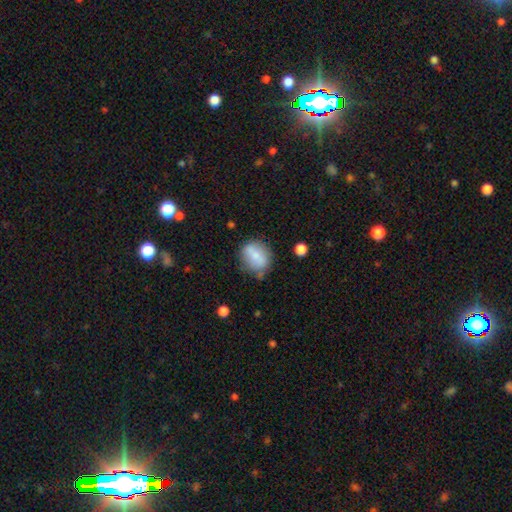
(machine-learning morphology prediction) smooth_or_featured: smooth (p=0.70) [alt: featured or disk p=0.22]
how_rounded: round (p=0.52) [alt: in between p=0.46]
merging: none (p=0.63) [alt: minor disturbance p=0.23]